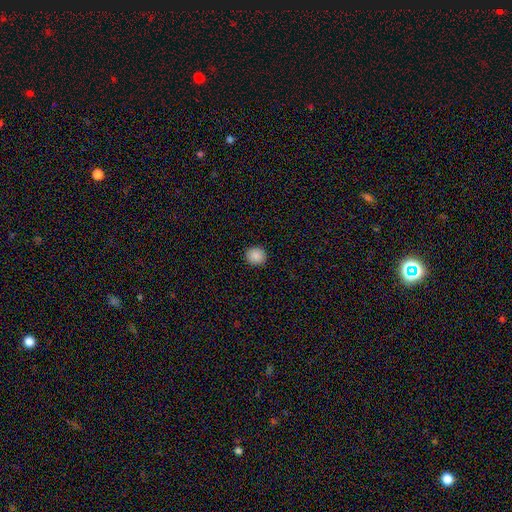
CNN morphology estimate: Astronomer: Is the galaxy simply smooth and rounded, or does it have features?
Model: smooth — 89%.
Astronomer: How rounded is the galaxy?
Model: round — 88%.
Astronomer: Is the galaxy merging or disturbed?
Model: none — 93%.